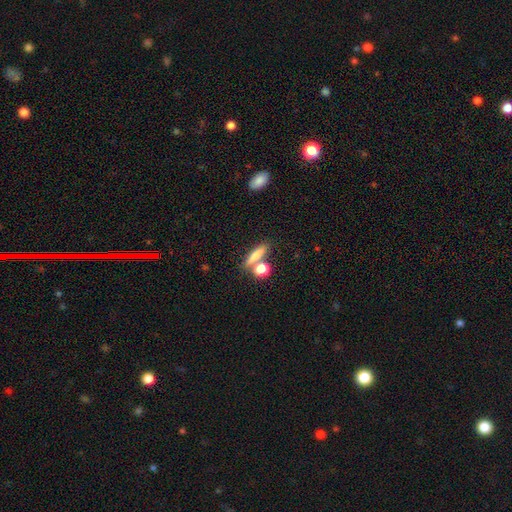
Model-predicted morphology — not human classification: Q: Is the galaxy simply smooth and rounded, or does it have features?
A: smooth — 64%.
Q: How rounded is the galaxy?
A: cigar-shaped — 49%.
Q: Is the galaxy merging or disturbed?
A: none — 65%.